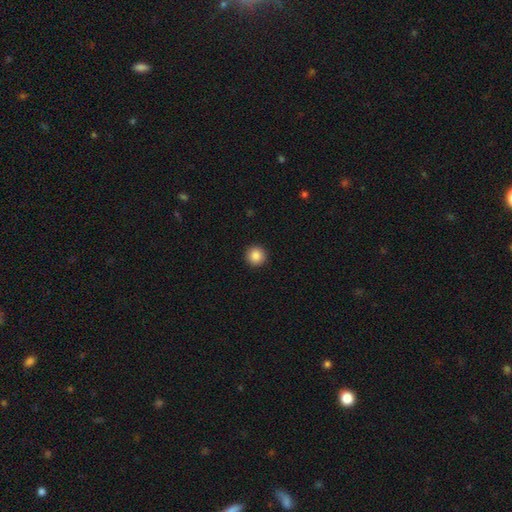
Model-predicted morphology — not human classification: smooth 87%, star or artifact 9%, featured or disk 3%. Down the decision tree: how rounded — round (96%); merging — none (93%).